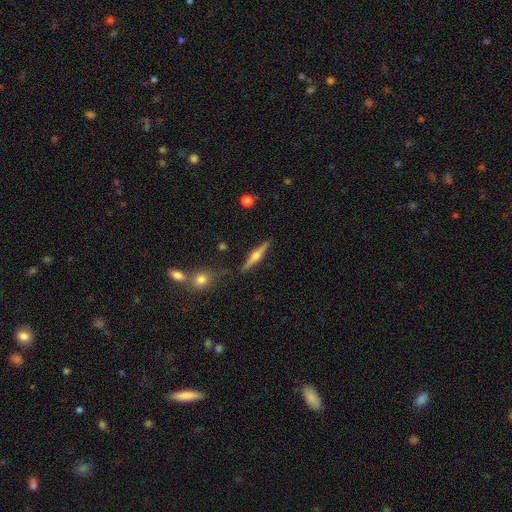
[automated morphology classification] smooth_or_featured: featured or disk (p=0.73) [alt: smooth p=0.21]
disk_edge_on: yes (p=0.98) [alt: no p=0.02]
edge_on_bulge: rounded (p=0.92) [alt: boxy p=0.05]
merging: none (p=0.87) [alt: minor disturbance p=0.08]